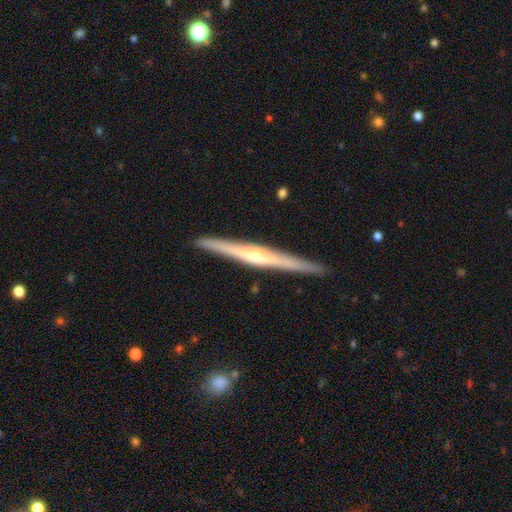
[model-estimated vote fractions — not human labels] Q: Smooth or featured?
A: featured or disk (80%); runner-up: smooth (15%)
Q: Edge-on disk?
A: yes (98%); runner-up: no (2%)
Q: Edge-on bulge?
A: rounded (78%); runner-up: none (15%)
Q: Merging?
A: none (92%); runner-up: minor disturbance (6%)